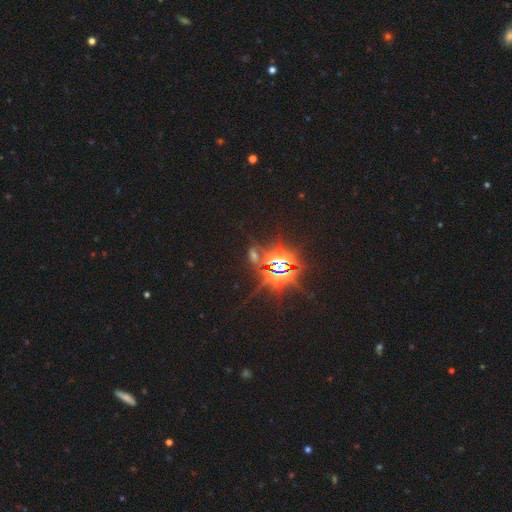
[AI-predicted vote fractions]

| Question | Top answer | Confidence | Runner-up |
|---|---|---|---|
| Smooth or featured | star or artifact | 85% | featured or disk (9%) |